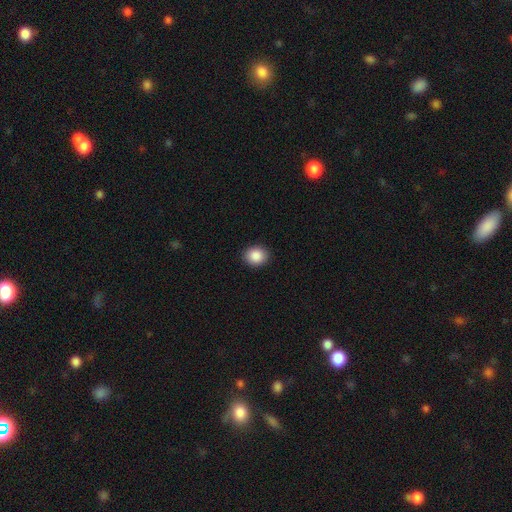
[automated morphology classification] Smooth or featured? Predicted: smooth (p=0.89). How rounded? Predicted: round (p=0.73). Merging? Predicted: none (p=0.90).